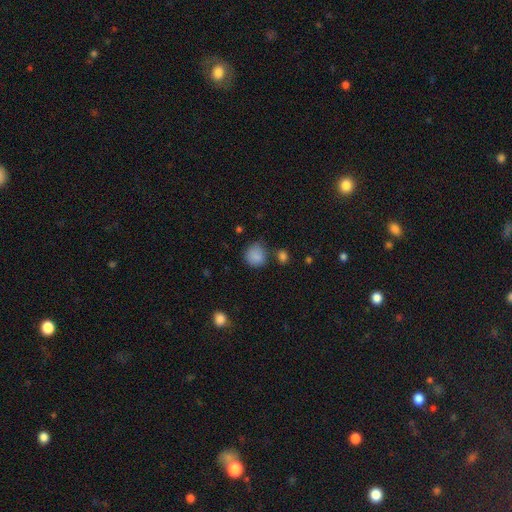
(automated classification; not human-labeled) A smooth galaxy with no disk features (84%) that is round (81%). Merging: none (68%).